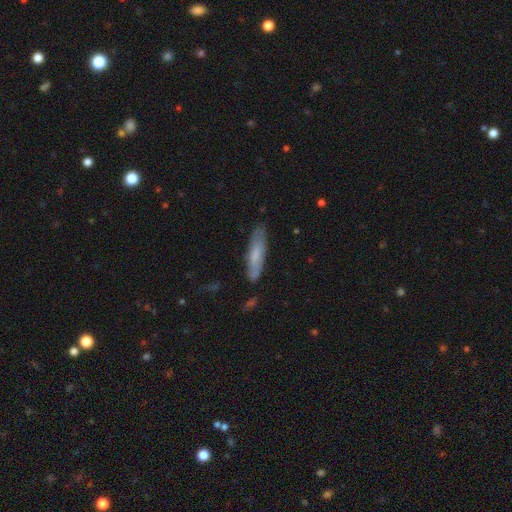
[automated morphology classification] smooth-or-featured: smooth: 60% | featured or disk: 33% | star or artifact: 7%
  how-rounded: cigar-shaped: 74% | in between: 24% | round: 1%
  merging: none: 79% | minor disturbance: 16% | major disturbance: 4% | merger: 2%